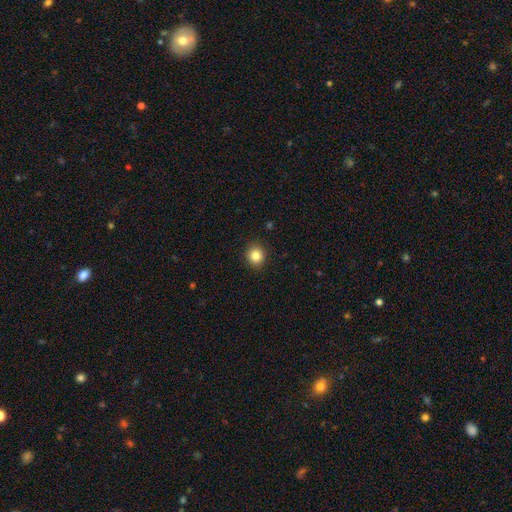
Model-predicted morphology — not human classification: Smooth or featured? smooth (84%)
How rounded? round (87%)
Merging? none (91%)